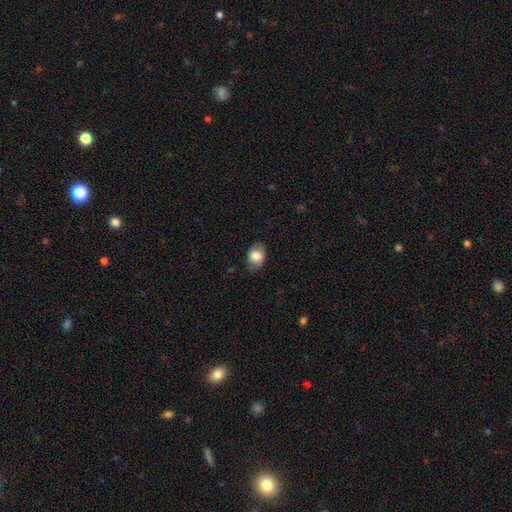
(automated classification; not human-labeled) smooth-or-featured: smooth: 82% | featured or disk: 10% | star or artifact: 8%
  how-rounded: in between: 64% | round: 35% | cigar-shaped: 1%
  merging: none: 77% | minor disturbance: 18% | major disturbance: 4% | merger: 1%